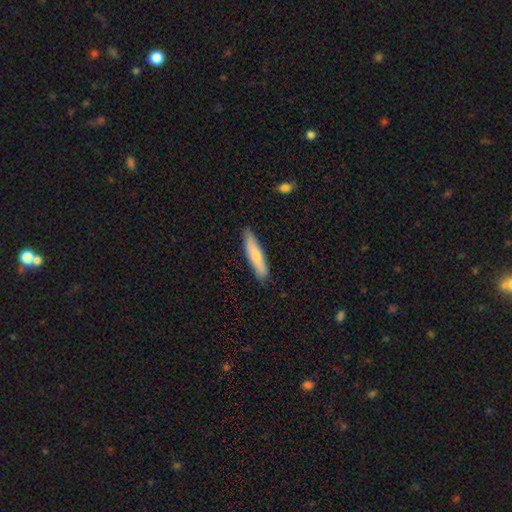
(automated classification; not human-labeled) smooth-or-featured: smooth: 70% | featured or disk: 25% | star or artifact: 5%
  how-rounded: cigar-shaped: 85% | in between: 14% | round: 1%
  merging: none: 83% | minor disturbance: 13% | major disturbance: 2% | merger: 1%